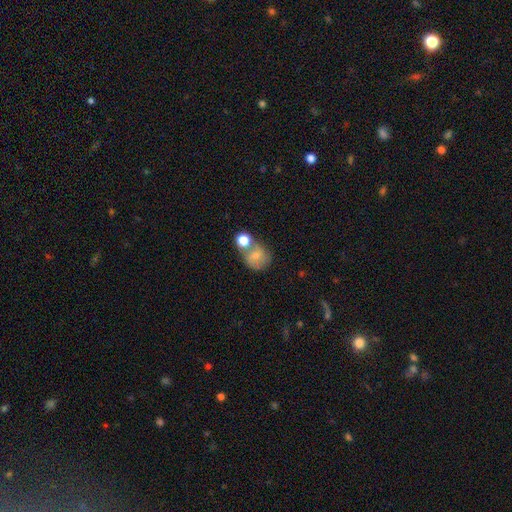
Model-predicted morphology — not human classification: smooth_or_featured: smooth (p=0.58) [alt: featured or disk p=0.32]
how_rounded: round (p=0.74) [alt: in between p=0.25]
merging: merger (p=0.40) [alt: none p=0.38]